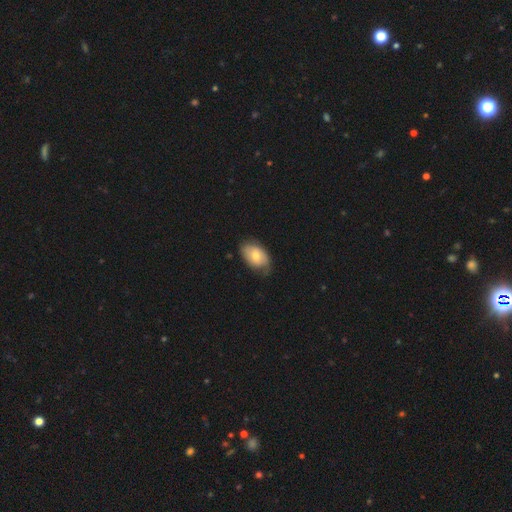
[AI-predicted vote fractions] smooth 65%, featured or disk 29%, star or artifact 6%. Down the decision tree: how rounded — in between (88%); merging — none (62%).